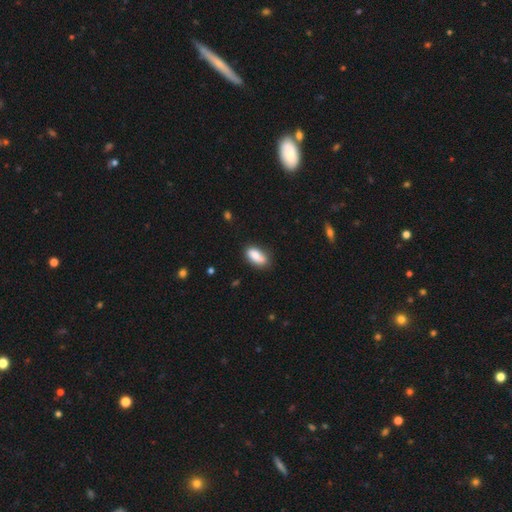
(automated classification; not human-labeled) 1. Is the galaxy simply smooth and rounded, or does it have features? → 84% smooth, 9% featured or disk, 7% star or artifact.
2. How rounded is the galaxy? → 88% in between, 8% cigar-shaped, 3% round.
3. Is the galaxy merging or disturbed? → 68% none, 22% minor disturbance, 6% merger, 5% major disturbance.